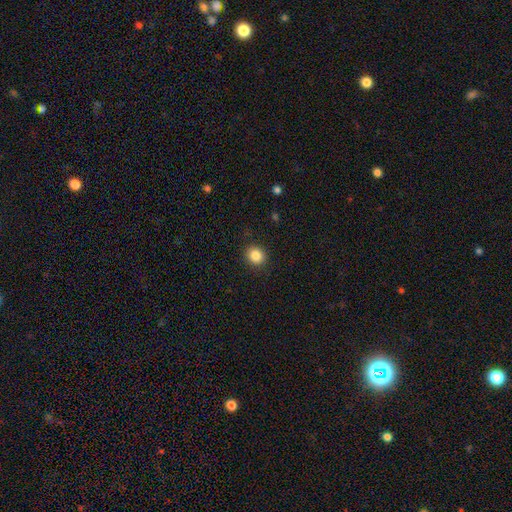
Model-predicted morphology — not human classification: A smooth galaxy with no disk features (85%) that is round (81%).

Vote fractions:
- Smooth or featured? smooth: 85% / star or artifact: 10% / featured or disk: 5%
- How rounded? round: 81% / in between: 18% / cigar-shaped: 1%
- Merging? none: 90% / minor disturbance: 7% / major disturbance: 2% / merger: 1%